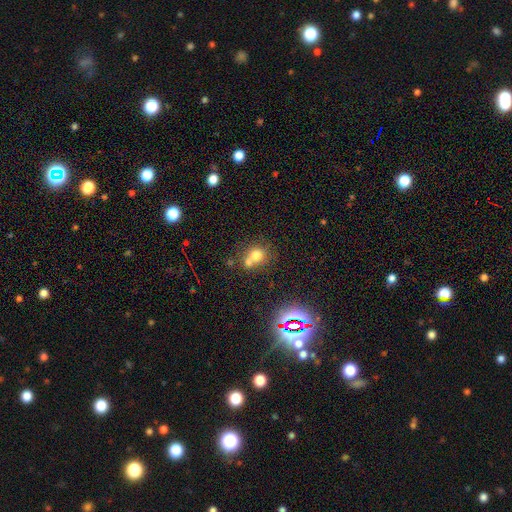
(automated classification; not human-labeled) Q: Smooth or featured?
A: smooth (71%); runner-up: star or artifact (15%)
Q: How rounded?
A: round (80%); runner-up: in between (19%)
Q: Merging?
A: merger (44%); tied with: none (44%)